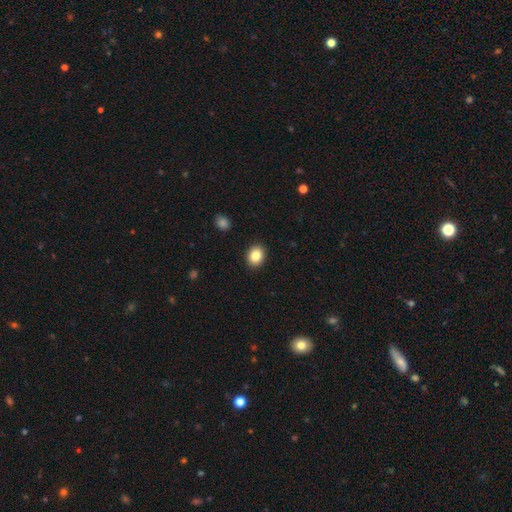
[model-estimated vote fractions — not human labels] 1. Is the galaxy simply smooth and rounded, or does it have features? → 85% smooth, 9% star or artifact, 6% featured or disk.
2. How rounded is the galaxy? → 51% round, 48% in between, 1% cigar-shaped.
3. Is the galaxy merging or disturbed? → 91% none, 6% minor disturbance, 2% major disturbance, 1% merger.